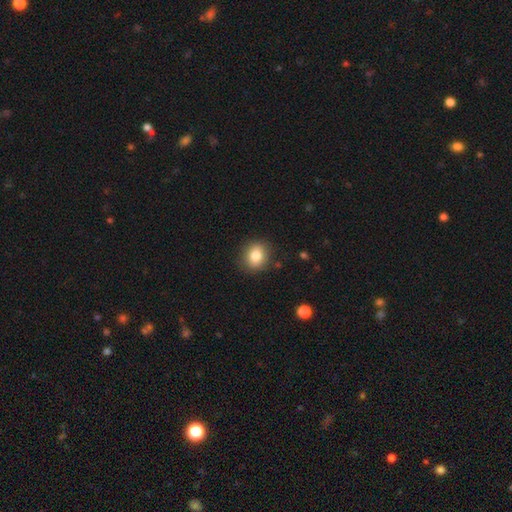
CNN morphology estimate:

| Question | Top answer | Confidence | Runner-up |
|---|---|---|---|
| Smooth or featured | smooth | 82% | star or artifact (9%) |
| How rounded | round | 69% | in between (30%) |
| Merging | none | 87% | minor disturbance (9%) |